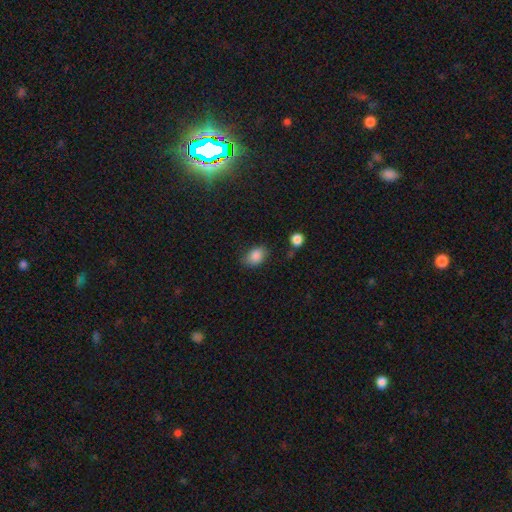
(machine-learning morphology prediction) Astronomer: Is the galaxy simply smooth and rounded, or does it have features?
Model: smooth — 85%.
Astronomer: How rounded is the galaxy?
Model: in between — 78%.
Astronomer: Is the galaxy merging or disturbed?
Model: none — 72%.